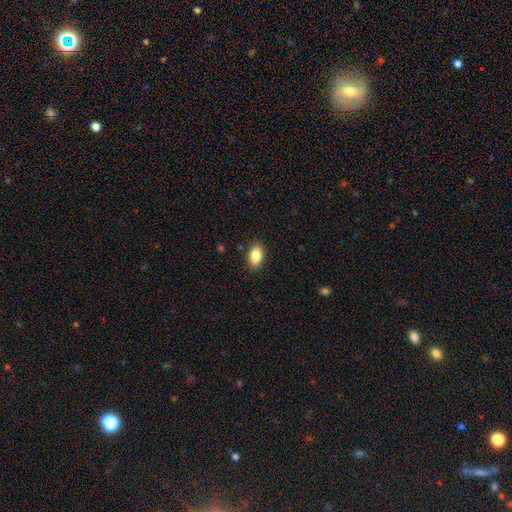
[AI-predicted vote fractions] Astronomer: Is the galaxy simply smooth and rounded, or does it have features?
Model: smooth — 87%.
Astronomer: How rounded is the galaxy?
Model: in between — 91%.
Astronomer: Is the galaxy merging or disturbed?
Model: none — 88%.